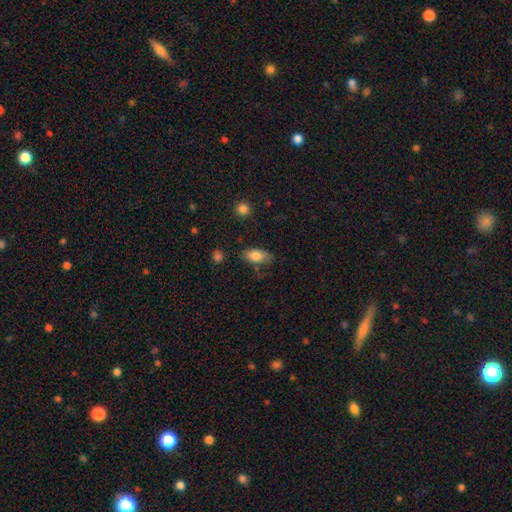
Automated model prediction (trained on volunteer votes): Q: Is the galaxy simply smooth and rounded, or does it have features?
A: smooth — 80%.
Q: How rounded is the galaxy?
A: in between — 88%.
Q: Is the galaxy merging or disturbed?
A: none — 69%.